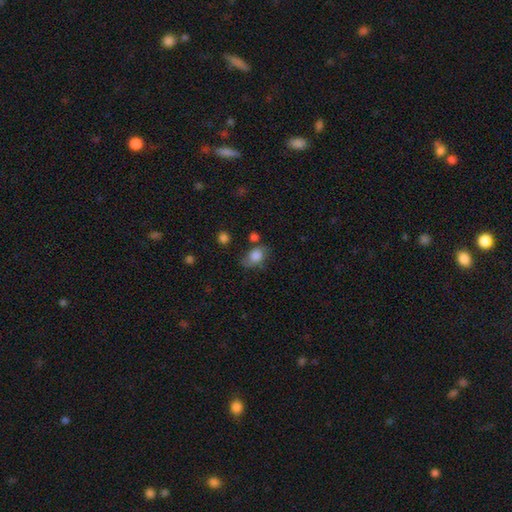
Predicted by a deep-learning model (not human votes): Smooth or featured? smooth (76%)
How rounded? in between (71%)
Merging? none (53%)